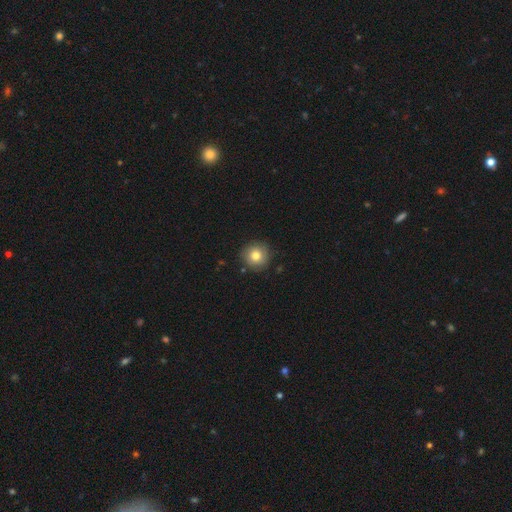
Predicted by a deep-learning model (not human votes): The model was most divided on "smooth or featured": smooth: 78%, featured or disk: 12%, star or artifact: 10%. More confident: how rounded — round (94%); merging — none (87%).